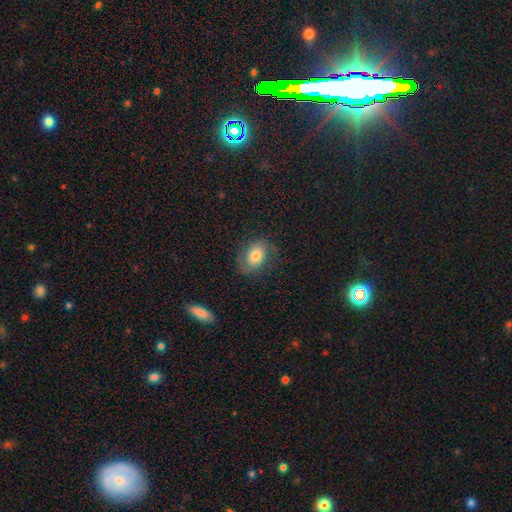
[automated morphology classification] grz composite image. It shows a smooth galaxy with no disk features (55%) that is in between round and cigar-shaped (68%). Merging: none (70%).